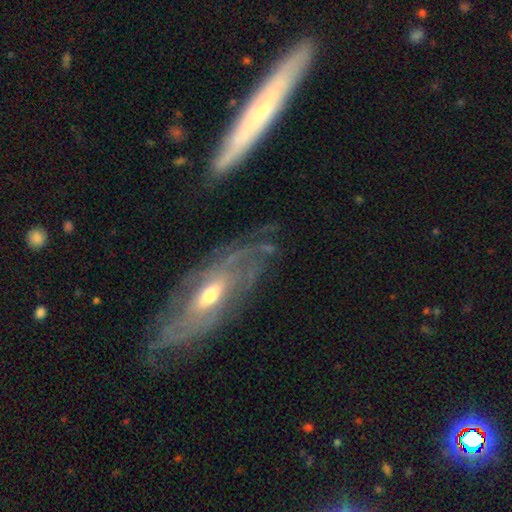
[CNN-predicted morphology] This is likely a featured or disk galaxy (75%). It is likely not viewed edge-on (73%). Bar: likely no (61%). Spiral arm pattern: likely yes (77%). Central bulge: possibly moderate (59%). Merging: likely none (66%).